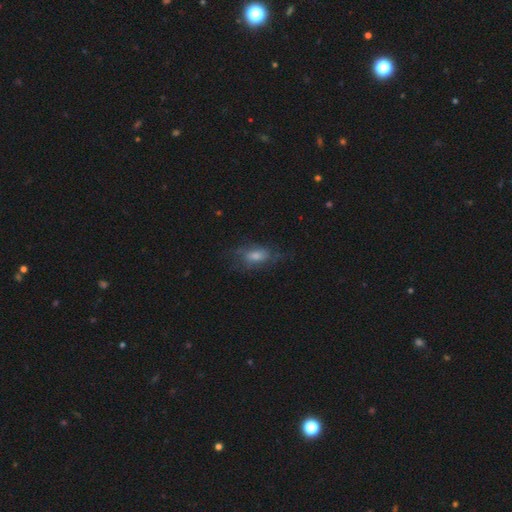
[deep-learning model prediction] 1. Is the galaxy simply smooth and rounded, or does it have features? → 48% smooth, 37% featured or disk, 15% star or artifact.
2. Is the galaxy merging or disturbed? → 61% none, 23% minor disturbance, 15% major disturbance, 2% merger.